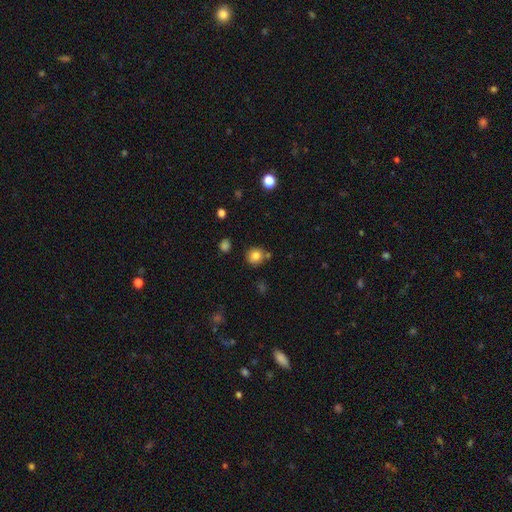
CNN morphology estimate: smooth_or_featured: smooth (p=0.81) [alt: star or artifact p=0.11]
how_rounded: round (p=0.89) [alt: in between p=0.11]
merging: none (p=0.78) [alt: minor disturbance p=0.11]